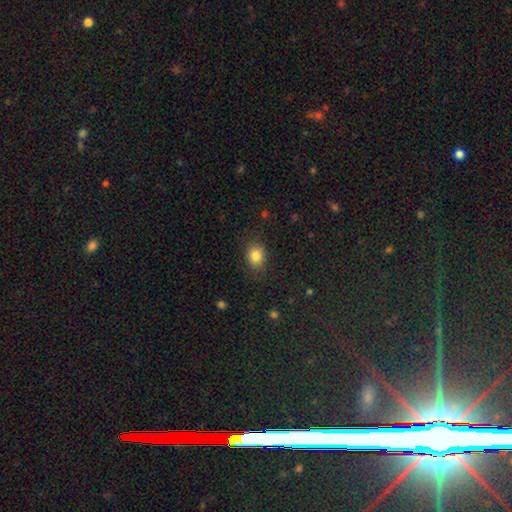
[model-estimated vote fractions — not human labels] Q: Smooth or featured?
A: smooth (83%); runner-up: star or artifact (10%)
Q: How rounded?
A: round (51%); runner-up: in between (48%)
Q: Merging?
A: none (81%); runner-up: minor disturbance (13%)